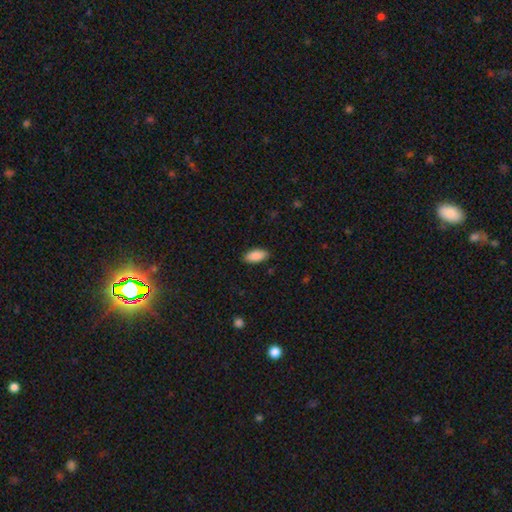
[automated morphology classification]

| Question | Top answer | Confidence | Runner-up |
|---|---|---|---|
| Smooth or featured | smooth | 90% | star or artifact (6%) |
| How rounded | in between | 90% | cigar-shaped (9%) |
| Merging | none | 87% | minor disturbance (9%) |